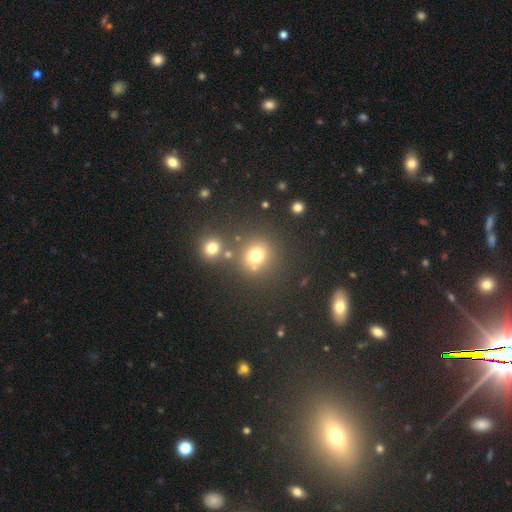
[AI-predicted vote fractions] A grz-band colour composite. It shows a smooth galaxy with no disk features (72%) that is round (86%). Merging: none (71%).